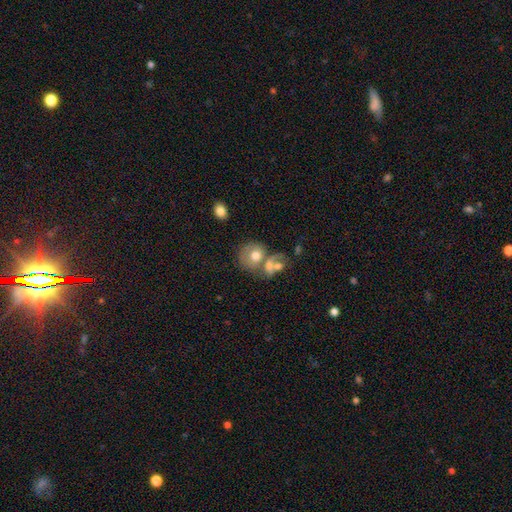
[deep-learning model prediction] Morphology: type=smooth (62%); roundness=round (65%); merging=merger (49%).